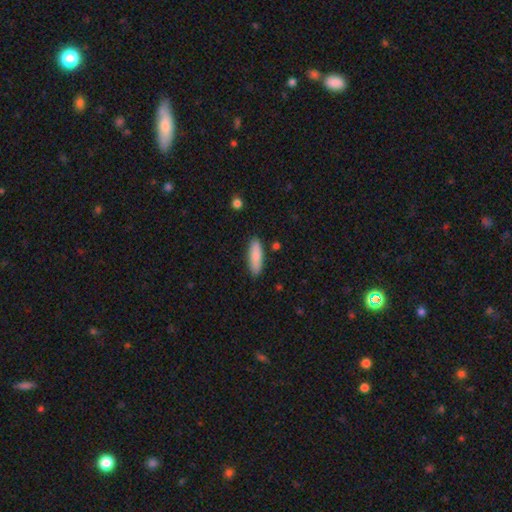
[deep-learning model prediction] Smooth or featured: smooth — 86% (featured or disk — 8%)
How rounded: cigar-shaped — 50% (in between — 48%)
Merging: none — 86% (minor disturbance — 10%)